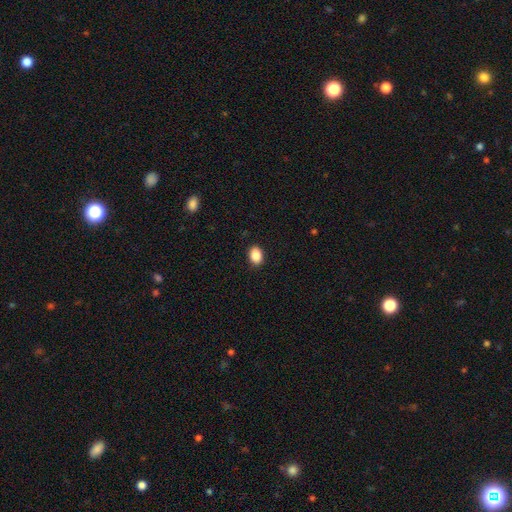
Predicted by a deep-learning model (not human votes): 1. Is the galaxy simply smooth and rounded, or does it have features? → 88% smooth, 8% star or artifact, 3% featured or disk.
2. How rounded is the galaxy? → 77% in between, 22% round, 1% cigar-shaped.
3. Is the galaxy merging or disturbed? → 90% none, 7% minor disturbance, 2% major disturbance, 1% merger.